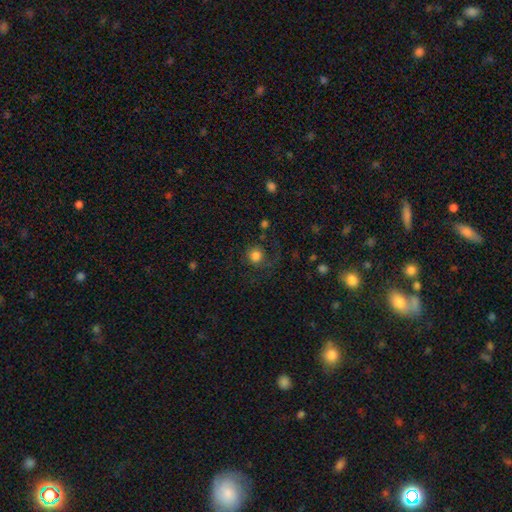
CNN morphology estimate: smooth 78%, star or artifact 11%, featured or disk 11%. Down the decision tree: how rounded — round (91%); merging — none (67%).